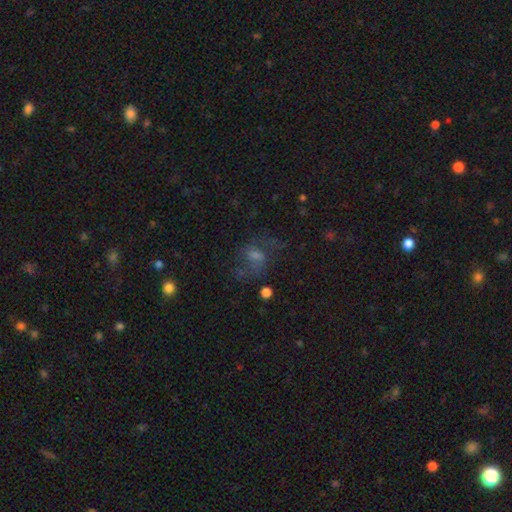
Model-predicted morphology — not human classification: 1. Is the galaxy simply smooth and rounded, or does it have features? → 44% featured or disk, 31% smooth, 26% star or artifact.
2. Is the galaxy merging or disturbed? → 52% none, 25% major disturbance, 18% minor disturbance, 4% merger.